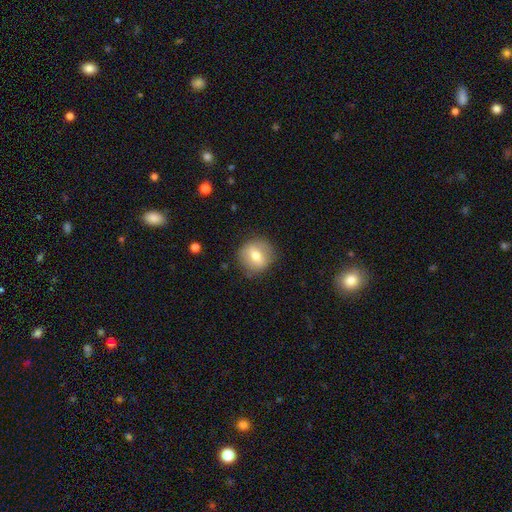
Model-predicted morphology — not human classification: Q: Smooth or featured?
A: smooth (61%); runner-up: featured or disk (30%)
Q: How rounded?
A: round (86%); runner-up: in between (12%)
Q: Merging?
A: none (84%); runner-up: minor disturbance (11%)